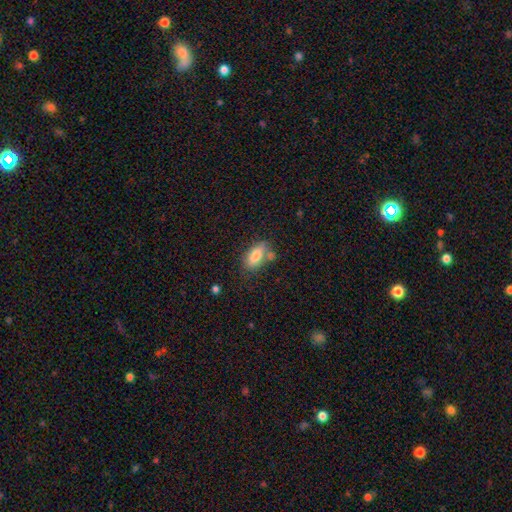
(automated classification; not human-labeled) Smooth or featured? smooth (79%)
How rounded? in between (87%)
Merging? none (61%)